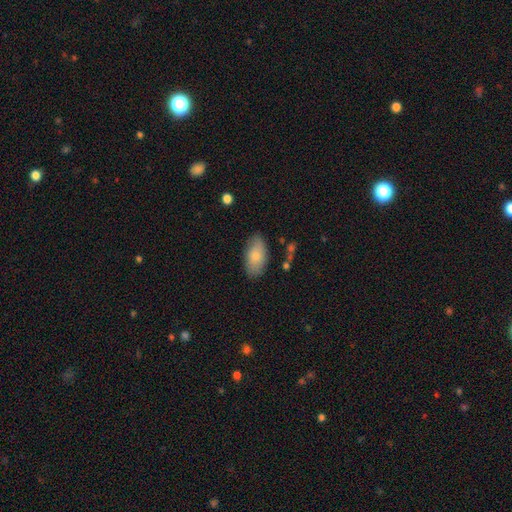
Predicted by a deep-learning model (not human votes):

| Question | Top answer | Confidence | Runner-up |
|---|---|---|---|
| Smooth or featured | smooth | 79% | featured or disk (15%) |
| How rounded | in between | 94% | round (4%) |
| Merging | none | 79% | minor disturbance (16%) |